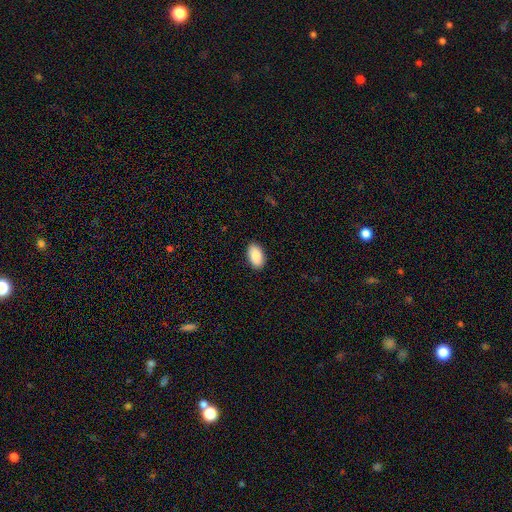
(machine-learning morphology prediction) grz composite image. It shows a smooth galaxy with no disk features (88%) that is in between round and cigar-shaped (94%). Merging: none (90%).